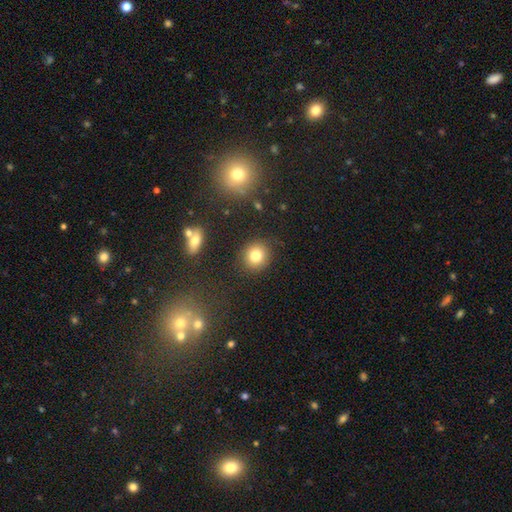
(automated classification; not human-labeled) This is clearly a smooth galaxy (80%). How rounded: clearly round (82%). Merging: clearly none (86%).